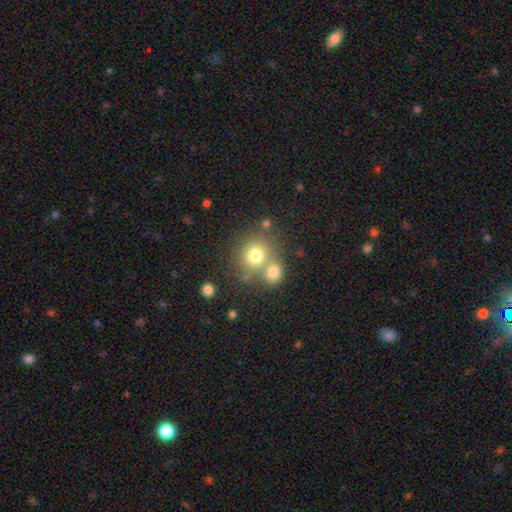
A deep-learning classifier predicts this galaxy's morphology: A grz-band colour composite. It shows a smooth galaxy with no disk features (74%) that is round (83%). Merging: none (51%).